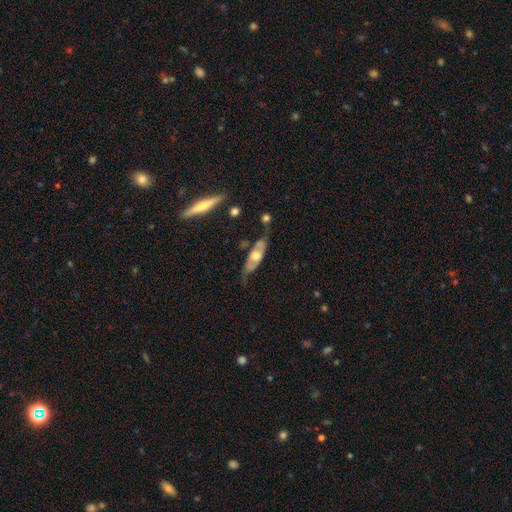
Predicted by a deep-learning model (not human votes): Smooth or featured: featured or disk — 60% (smooth — 34%)
Edge-on disk: no — 57% (yes — 43%)
Merging: none — 57% (minor disturbance — 27%)